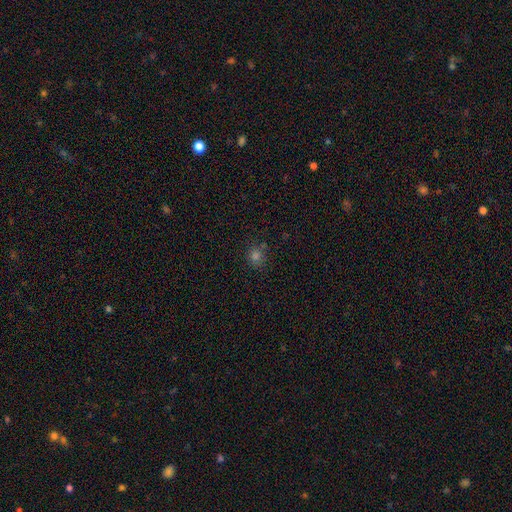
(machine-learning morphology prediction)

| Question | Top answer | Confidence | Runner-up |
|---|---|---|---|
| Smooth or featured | smooth | 72% | star or artifact (23%) |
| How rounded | round | 81% | in between (18%) |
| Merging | none | 80% | minor disturbance (11%) |